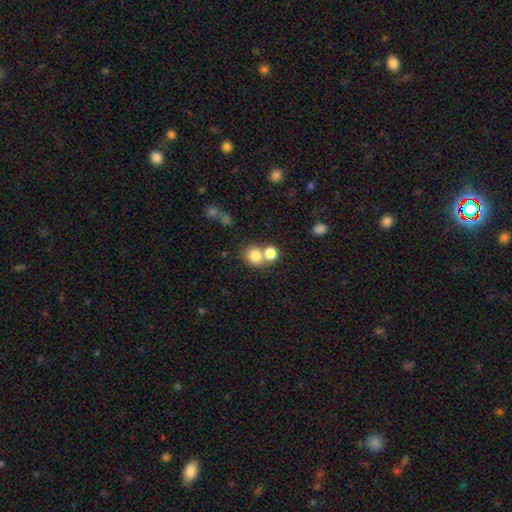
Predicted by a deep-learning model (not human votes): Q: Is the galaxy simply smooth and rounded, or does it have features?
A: smooth — 78%.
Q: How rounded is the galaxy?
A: round — 78%.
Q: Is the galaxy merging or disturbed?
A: none — 45%.